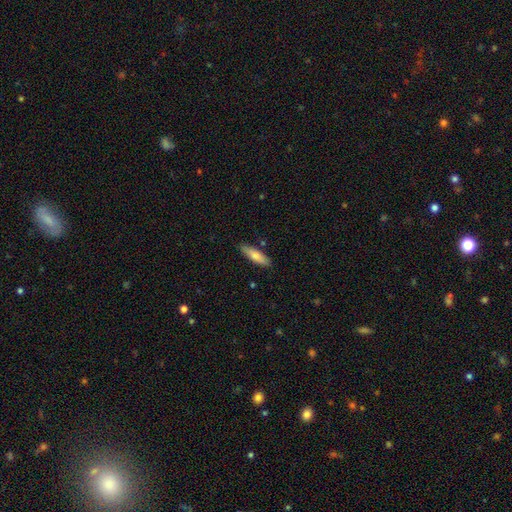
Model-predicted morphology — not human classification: Q: Smooth or featured?
A: smooth (76%); runner-up: featured or disk (18%)
Q: How rounded?
A: cigar-shaped (64%); runner-up: in between (35%)
Q: Merging?
A: none (85%); runner-up: minor disturbance (11%)